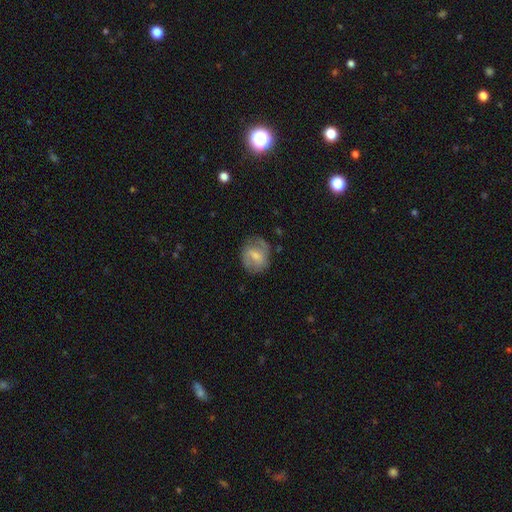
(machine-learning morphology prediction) Smooth or featured: featured or disk — 50% (smooth — 43%)
Merging: none — 65% (minor disturbance — 23%)